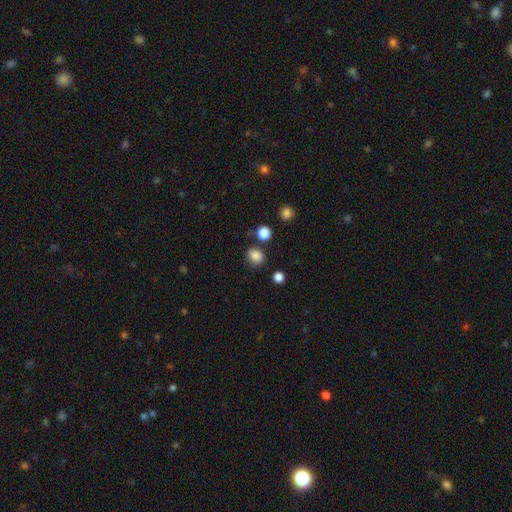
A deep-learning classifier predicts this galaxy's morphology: This appears to be a smooth galaxy with no disk features (84%) that is round (57%). Merging: none (78%).